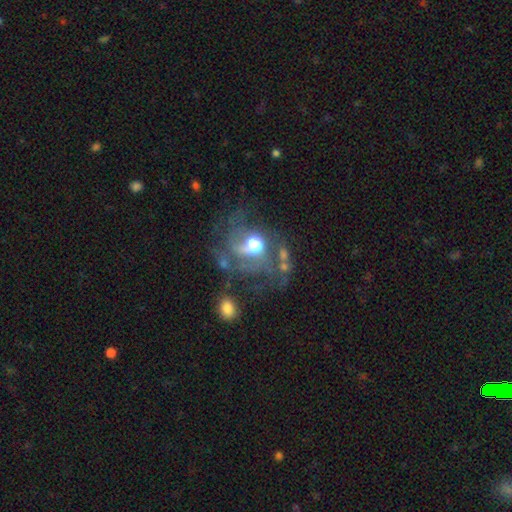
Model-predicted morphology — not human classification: Smooth or featured? Predicted: featured or disk (p=0.70). Edge-on disk? Predicted: no (p=0.97). Bar? Predicted: no (p=0.60). Spiral arms? Predicted: yes (p=0.77). Spiral winding? Predicted: medium (p=0.44). Spiral arm count? Predicted: 2 (p=0.45). Bulge size? Predicted: moderate (p=0.65). Merging? Predicted: none (p=0.49).